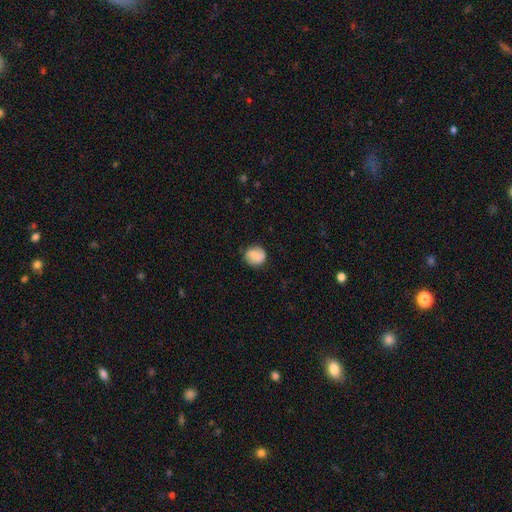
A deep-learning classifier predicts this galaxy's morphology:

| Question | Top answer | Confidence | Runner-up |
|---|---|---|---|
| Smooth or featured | smooth | 75% | featured or disk (17%) |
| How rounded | round | 85% | in between (14%) |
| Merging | none | 79% | minor disturbance (16%) |